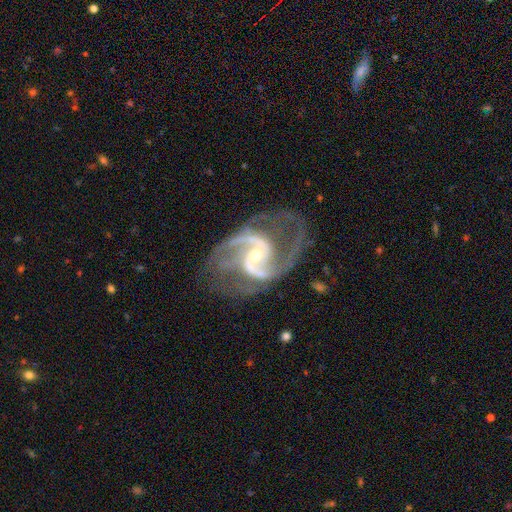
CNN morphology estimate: type=featured or disk (93%); edge-on=no (98%); bar=weak (43%); spiral arms=yes (98%); winding=medium (62%); arm count=2 (84%); bulge=small (59%); merging=none (65%).